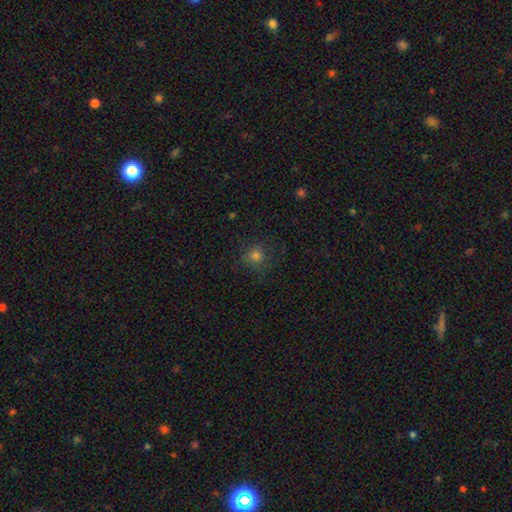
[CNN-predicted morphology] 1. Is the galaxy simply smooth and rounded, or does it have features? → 72% smooth, 20% star or artifact, 8% featured or disk.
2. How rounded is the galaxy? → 89% round, 10% in between, 1% cigar-shaped.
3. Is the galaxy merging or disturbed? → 78% none, 14% minor disturbance, 6% major disturbance, 1% merger.